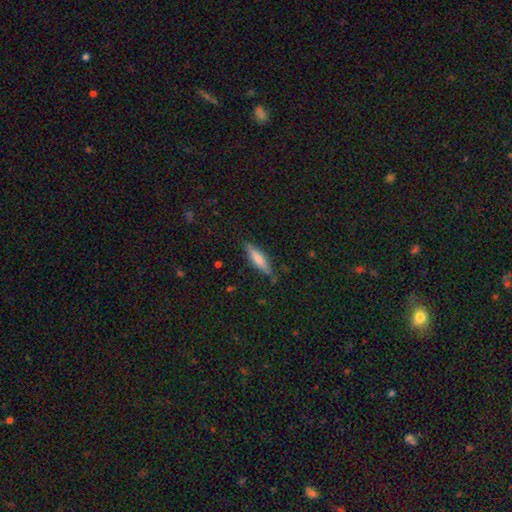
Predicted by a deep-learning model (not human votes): Smooth or featured? Predicted: smooth (p=0.52). How rounded? Predicted: cigar-shaped (p=0.78). Merging? Predicted: none (p=0.86).